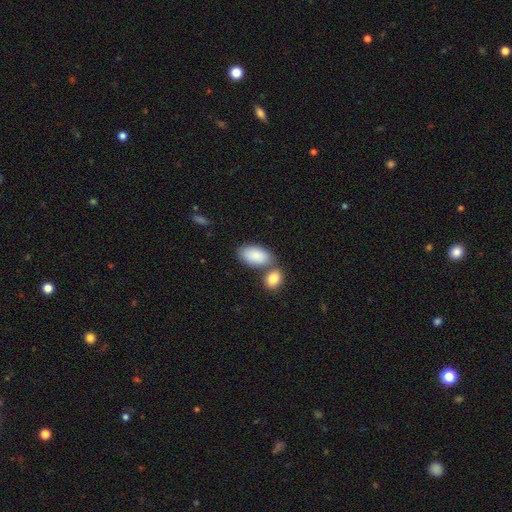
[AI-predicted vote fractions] Smooth or featured? Predicted: smooth (p=0.87). How rounded? Predicted: in between (p=0.95). Merging? Predicted: none (p=0.51).